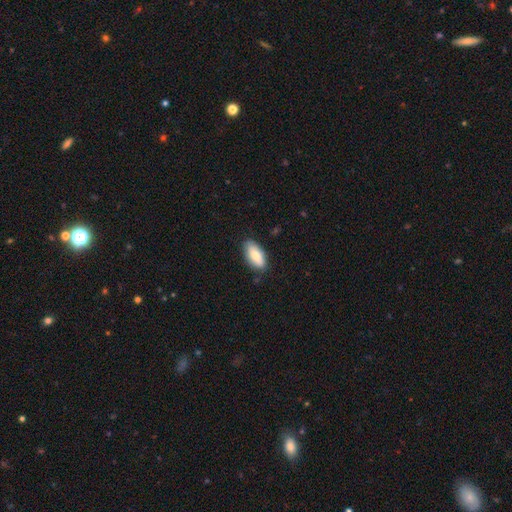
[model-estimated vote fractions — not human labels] smooth 78%, featured or disk 16%, star or artifact 6%. Down the decision tree: how rounded — in between (90%); merging — none (82%).